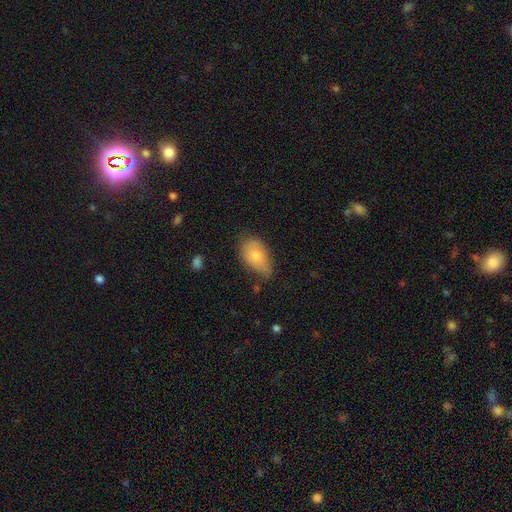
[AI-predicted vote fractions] Morphology: type=smooth (75%); roundness=in between (90%); merging=none (52%).